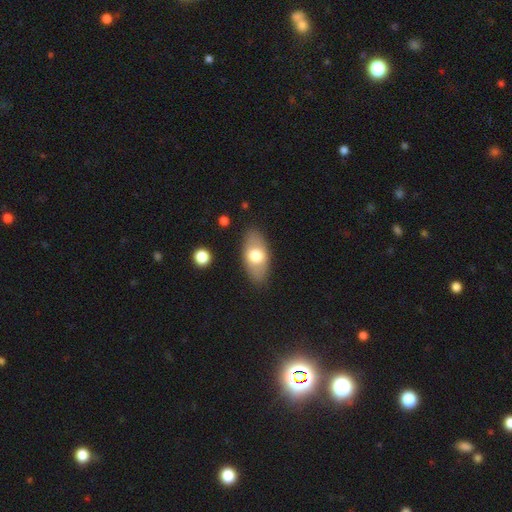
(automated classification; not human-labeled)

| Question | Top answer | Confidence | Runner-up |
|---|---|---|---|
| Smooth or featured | smooth | 65% | featured or disk (28%) |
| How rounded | in between | 89% | cigar-shaped (6%) |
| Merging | none | 85% | minor disturbance (11%) |